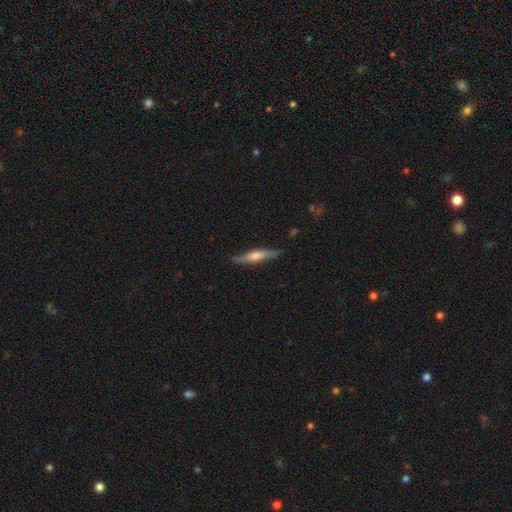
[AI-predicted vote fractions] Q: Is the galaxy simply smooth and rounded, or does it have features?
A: featured or disk — 47%, tied with smooth.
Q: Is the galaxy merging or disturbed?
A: none — 85%.